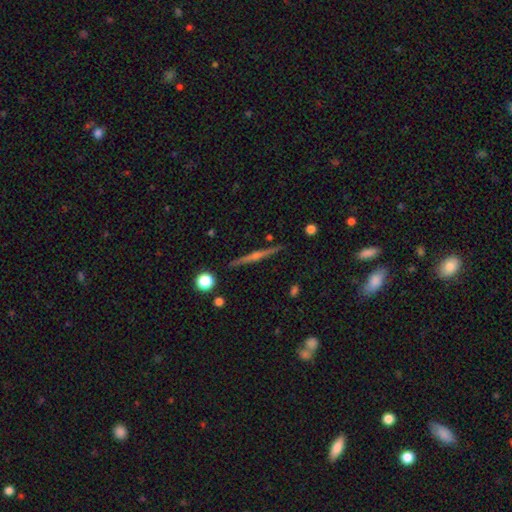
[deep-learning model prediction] Smooth or featured?
  - featured or disk: 69% *
  - smooth: 17%
  - star or artifact: 14%
Edge-on disk?
  - yes: 96% *
  - no: 4%
Edge-on bulge?
  - rounded: 77% *
  - none: 15%
  - boxy: 9%
Merging?
  - none: 87% *
  - minor disturbance: 8%
  - merger: 3%
  - major disturbance: 2%